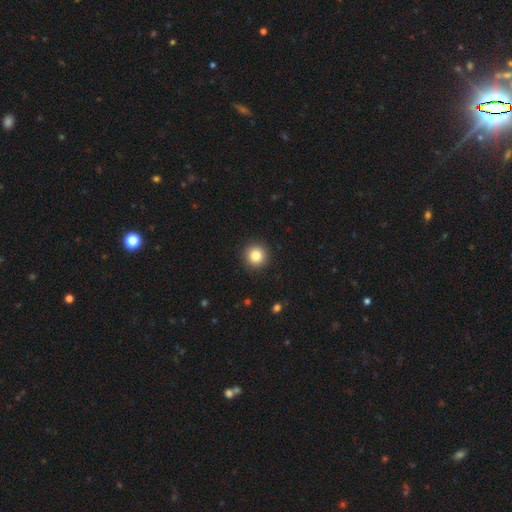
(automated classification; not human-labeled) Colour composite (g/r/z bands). It shows a smooth galaxy with no disk features (84%) that is round (95%). Merging: none (92%).